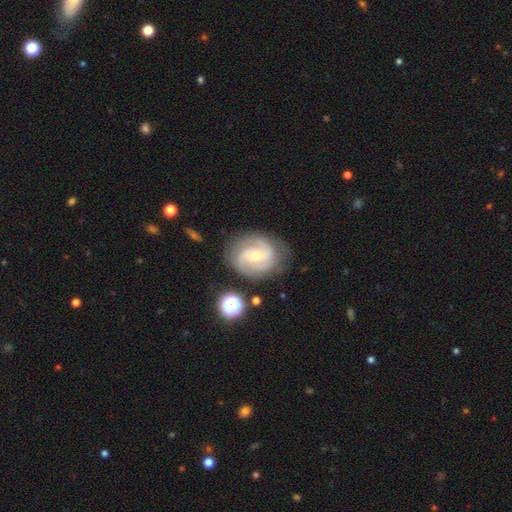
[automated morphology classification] A featured or disk galaxy (84%) with a weak bar (45%), 2 (46%) tight (45%) spiral arms (96%) and a small central bulge (51%).

Vote fractions:
- Smooth or featured? featured or disk: 84% / smooth: 10% / star or artifact: 6%
- Edge-on disk? no: 97% / yes: 3%
- Bar? weak: 45% / no: 39% / strong: 16%
- Spiral arms? yes: 96% / no: 4%
- Spiral winding? tight: 45% / medium: 43% / loose: 12%
- Spiral arm count? 2: 46% / 3: 28% / can't tell: 14% / 4: 5% / 1: 3% / more than 4: 3%
- Bulge size? small: 51% / moderate: 46% / large: 1% / none: 1% / dominant: 1%
- Merging? none: 76% / minor disturbance: 16% / major disturbance: 5% / merger: 2%